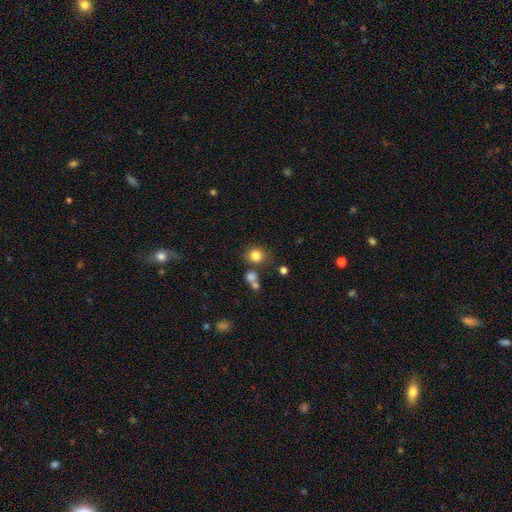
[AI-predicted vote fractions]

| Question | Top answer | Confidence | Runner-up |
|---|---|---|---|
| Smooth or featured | smooth | 81% | star or artifact (12%) |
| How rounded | round | 82% | in between (17%) |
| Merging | none | 70% | merger (13%) |